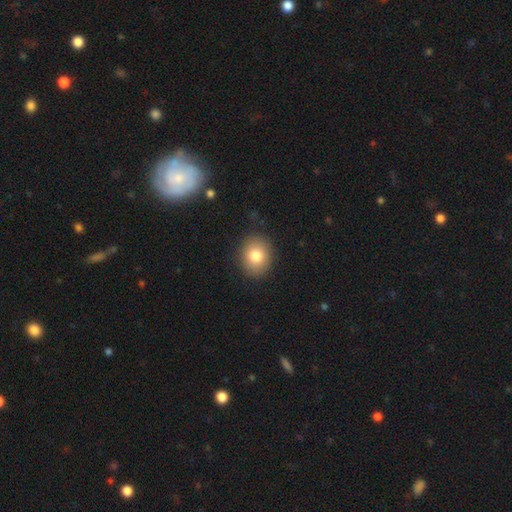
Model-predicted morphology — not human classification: Q: Smooth or featured?
A: smooth (81%); runner-up: featured or disk (10%)
Q: How rounded?
A: round (60%); runner-up: in between (39%)
Q: Merging?
A: none (88%); runner-up: minor disturbance (8%)